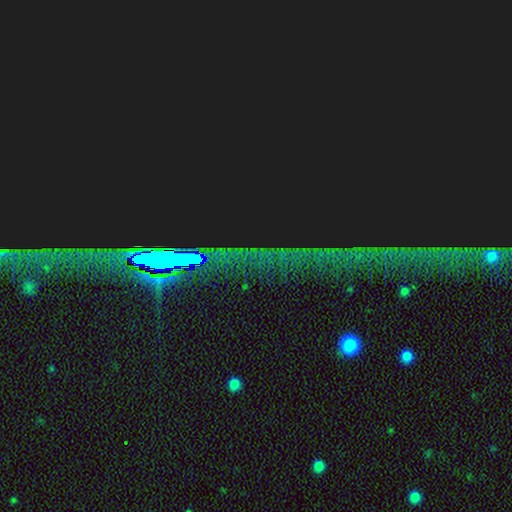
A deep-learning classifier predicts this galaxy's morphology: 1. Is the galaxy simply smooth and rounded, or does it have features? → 80% star or artifact, 12% featured or disk, 7% smooth.